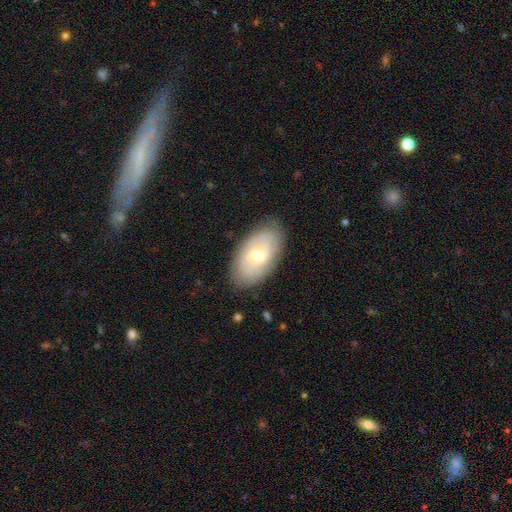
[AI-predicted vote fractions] A featured or disk galaxy (47%). Merging: none (84%).